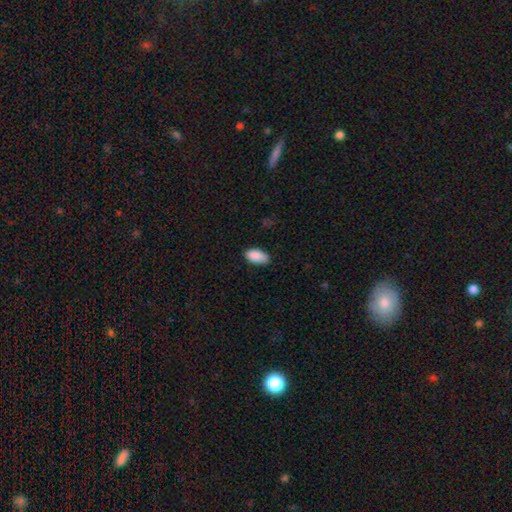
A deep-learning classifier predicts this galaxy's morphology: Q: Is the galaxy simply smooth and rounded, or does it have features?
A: smooth — 89%.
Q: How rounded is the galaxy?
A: in between — 94%.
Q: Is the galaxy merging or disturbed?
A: none — 75%.